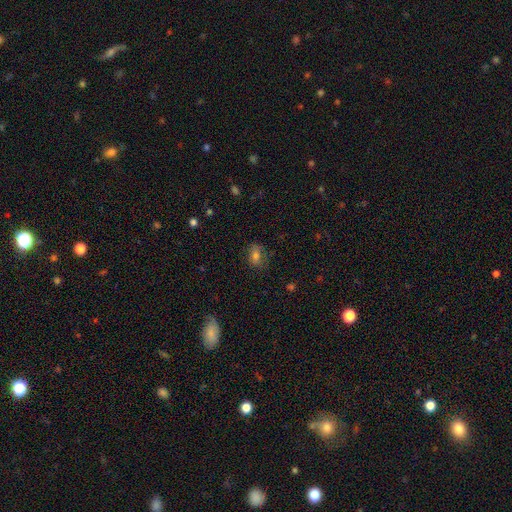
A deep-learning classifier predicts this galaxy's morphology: Smooth or featured? smooth (69%)
How rounded? in between (64%)
Merging? none (70%)